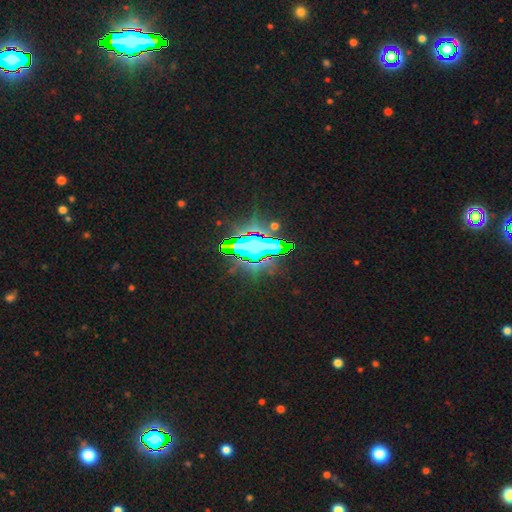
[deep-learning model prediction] Morphology: type=star or artifact (72%).